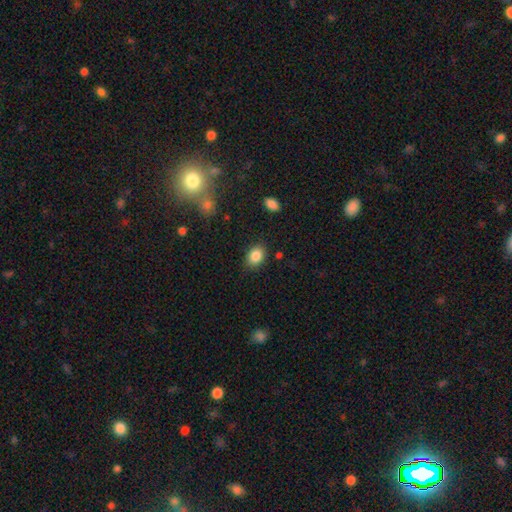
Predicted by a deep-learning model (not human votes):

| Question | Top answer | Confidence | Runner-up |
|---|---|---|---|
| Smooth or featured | smooth | 86% | star or artifact (9%) |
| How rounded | in between | 69% | round (30%) |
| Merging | none | 84% | minor disturbance (11%) |